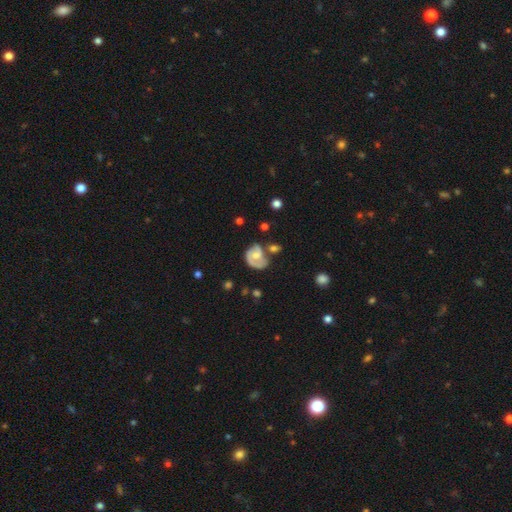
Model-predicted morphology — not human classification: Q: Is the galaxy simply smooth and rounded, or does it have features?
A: featured or disk — 70%.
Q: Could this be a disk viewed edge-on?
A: no — 98%.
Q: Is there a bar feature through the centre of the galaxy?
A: no — 66%.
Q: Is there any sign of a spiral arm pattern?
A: yes — 85%.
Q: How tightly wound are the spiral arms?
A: medium — 40%, tied with tight.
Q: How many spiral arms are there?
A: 2 — 47%.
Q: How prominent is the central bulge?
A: moderate — 55%.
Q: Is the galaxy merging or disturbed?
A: none — 42%.